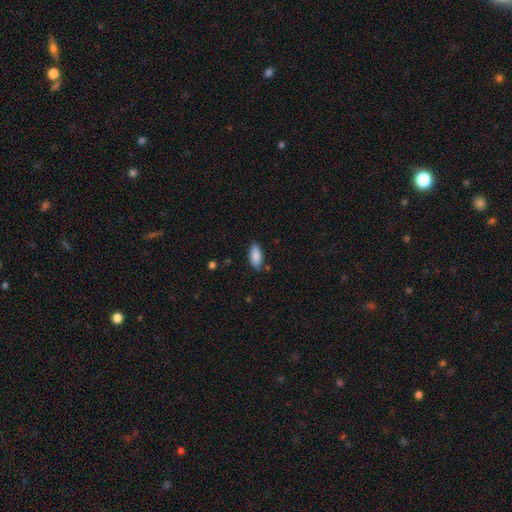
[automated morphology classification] smooth_or_featured: smooth (p=0.88) [alt: star or artifact p=0.06]
how_rounded: in between (p=0.88) [alt: cigar-shaped p=0.10]
merging: none (p=0.84) [alt: minor disturbance p=0.12]